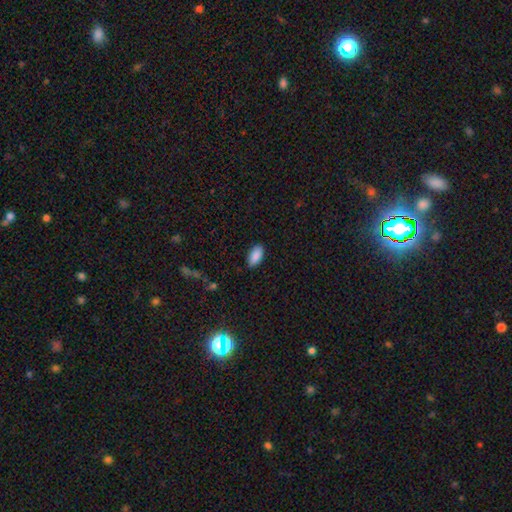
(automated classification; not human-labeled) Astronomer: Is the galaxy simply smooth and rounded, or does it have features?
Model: smooth — 89%.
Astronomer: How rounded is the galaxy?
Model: in between — 93%.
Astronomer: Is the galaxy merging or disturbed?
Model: none — 87%.